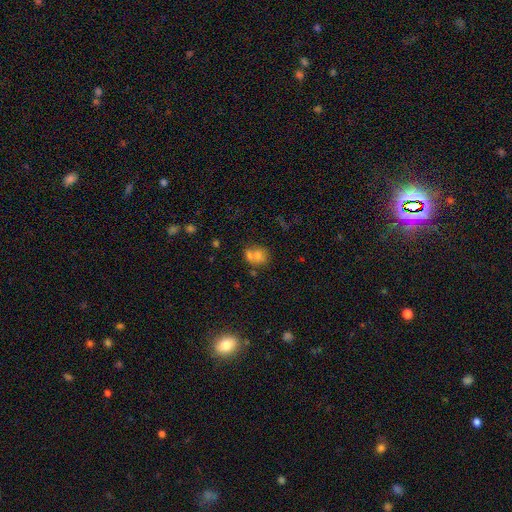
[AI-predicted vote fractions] smooth-or-featured: smooth: 68% | featured or disk: 19% | star or artifact: 13%
  how-rounded: round: 64% | in between: 35% | cigar-shaped: 1%
  merging: merger: 50% | none: 35% | minor disturbance: 10% | major disturbance: 4%